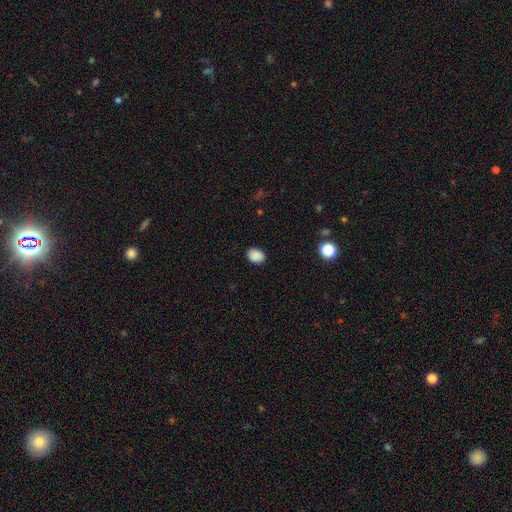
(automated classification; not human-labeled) smooth-or-featured: smooth: 87% | star or artifact: 9% | featured or disk: 3%
  how-rounded: in between: 70% | round: 29% | cigar-shaped: 1%
  merging: none: 85% | minor disturbance: 12% | major disturbance: 2% | merger: 1%